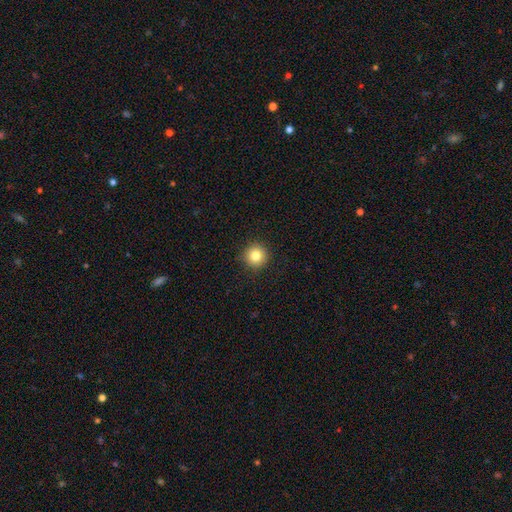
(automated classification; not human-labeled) Morphology: type=smooth (82%); roundness=round (95%); merging=none (92%).